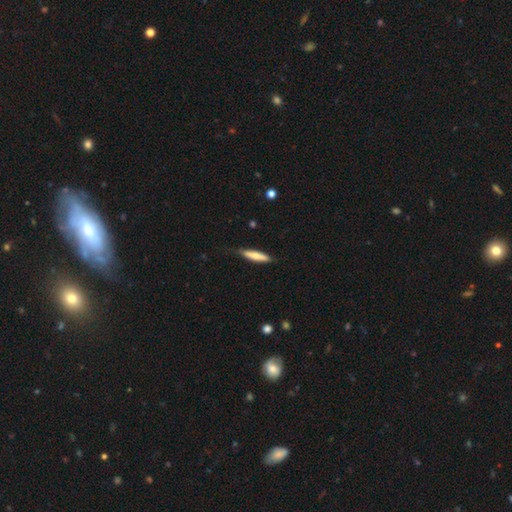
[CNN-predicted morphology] smooth-or-featured: smooth: 68% | featured or disk: 26% | star or artifact: 5%
  how-rounded: cigar-shaped: 81% | in between: 17% | round: 1%
  merging: none: 75% | minor disturbance: 20% | major disturbance: 3% | merger: 1%